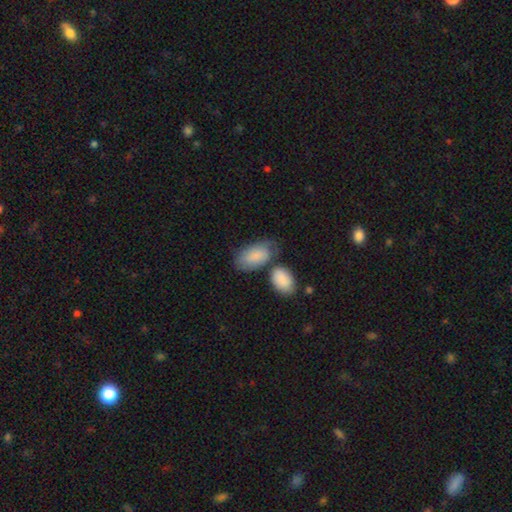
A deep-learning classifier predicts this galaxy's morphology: A smooth galaxy with no disk features (81%) that is in between round and cigar-shaped (93%). Merging: none (43%).